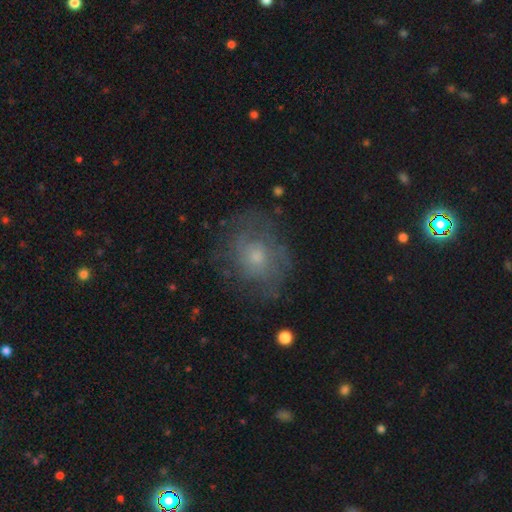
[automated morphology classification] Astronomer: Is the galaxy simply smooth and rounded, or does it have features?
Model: featured or disk — 56% (runner-up: smooth, 34%).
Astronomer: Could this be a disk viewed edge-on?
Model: no — 97%.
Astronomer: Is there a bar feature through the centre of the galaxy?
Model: no — 83%.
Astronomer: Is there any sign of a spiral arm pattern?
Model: yes — 65%.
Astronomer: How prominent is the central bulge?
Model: small — 46% (runner-up: moderate, 44%).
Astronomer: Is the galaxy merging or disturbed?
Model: none — 64%.